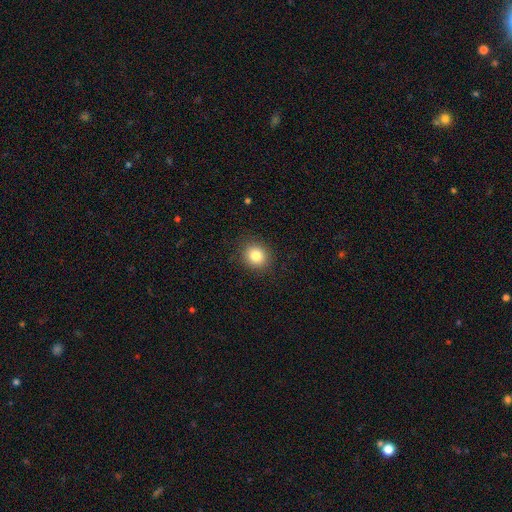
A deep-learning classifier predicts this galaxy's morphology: The model was most divided on "how rounded": round: 80%, in between: 19%, cigar-shaped: 1%. More confident: merging — none (89%); smooth or featured — smooth (83%).